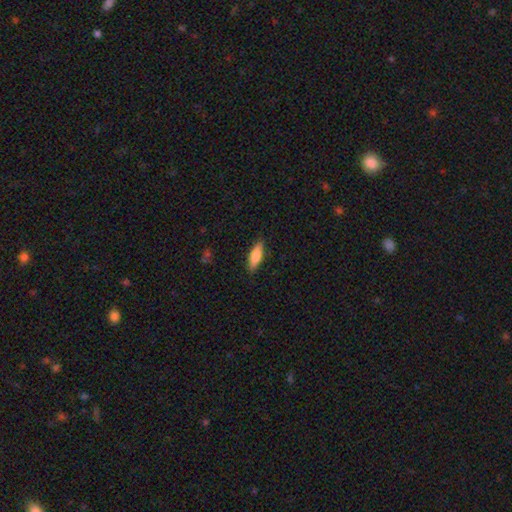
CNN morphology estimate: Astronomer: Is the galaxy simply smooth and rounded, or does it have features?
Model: smooth — 75%.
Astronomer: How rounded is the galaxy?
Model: in between — 51% (runner-up: cigar-shaped, 47%).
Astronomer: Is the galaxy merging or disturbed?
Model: none — 86%.